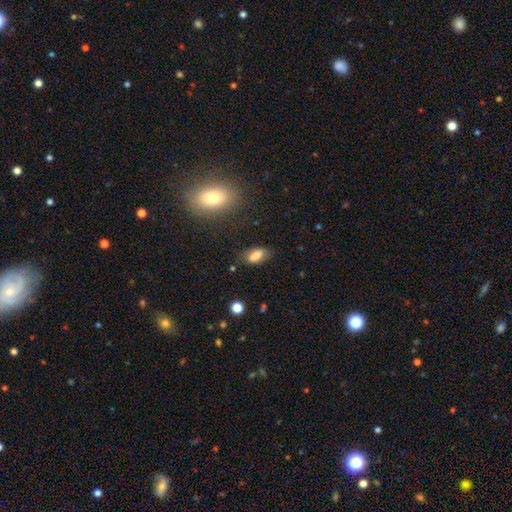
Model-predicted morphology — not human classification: This is likely a smooth galaxy (78%). How rounded: clearly in between (89%). Merging: likely none (73%).